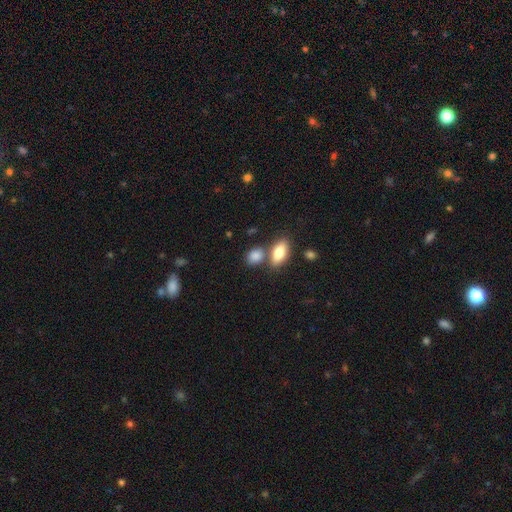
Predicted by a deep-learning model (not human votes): A smooth galaxy with no disk features (85%) that is in between round and cigar-shaped (66%).

Vote fractions:
- Smooth or featured? smooth: 85% / star or artifact: 8% / featured or disk: 7%
- How rounded? in between: 66% / round: 29% / cigar-shaped: 5%
- Merging? none: 60% / merger: 23% / minor disturbance: 13% / major disturbance: 4%